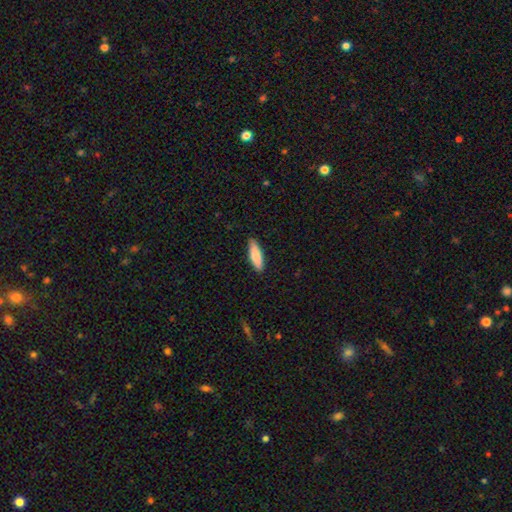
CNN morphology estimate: smooth-or-featured: smooth: 81% | featured or disk: 13% | star or artifact: 6%
  how-rounded: cigar-shaped: 59% | in between: 40% | round: 2%
  merging: none: 88% | minor disturbance: 9% | major disturbance: 2% | merger: 1%